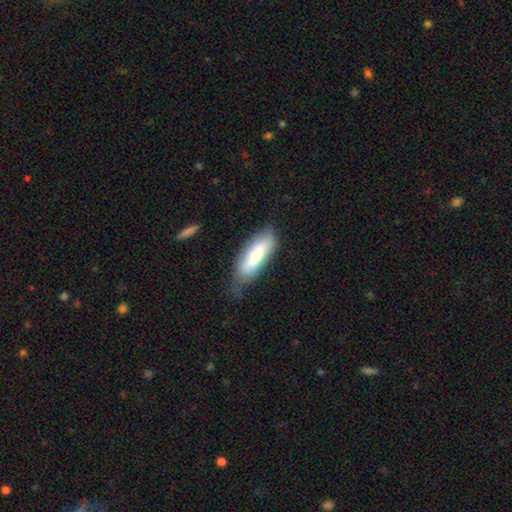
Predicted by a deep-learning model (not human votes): smooth-or-featured: smooth: 76% | featured or disk: 18% | star or artifact: 6%
  how-rounded: in between: 62% | cigar-shaped: 36% | round: 2%
  merging: none: 54% | minor disturbance: 32% | major disturbance: 11% | merger: 3%